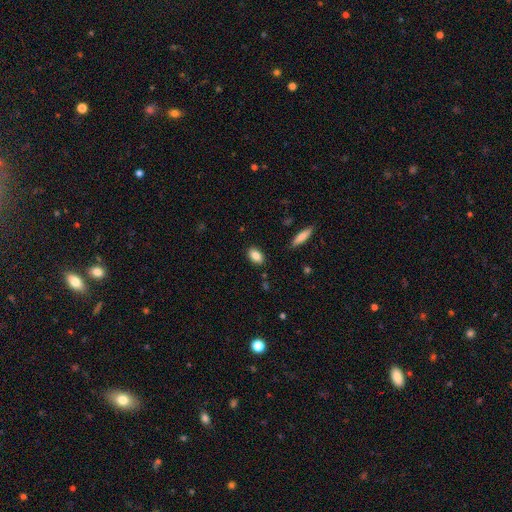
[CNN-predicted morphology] smooth-or-featured: smooth: 86% | star or artifact: 8% | featured or disk: 6%
  how-rounded: in between: 88% | round: 8% | cigar-shaped: 4%
  merging: none: 86% | minor disturbance: 10% | major disturbance: 2% | merger: 2%